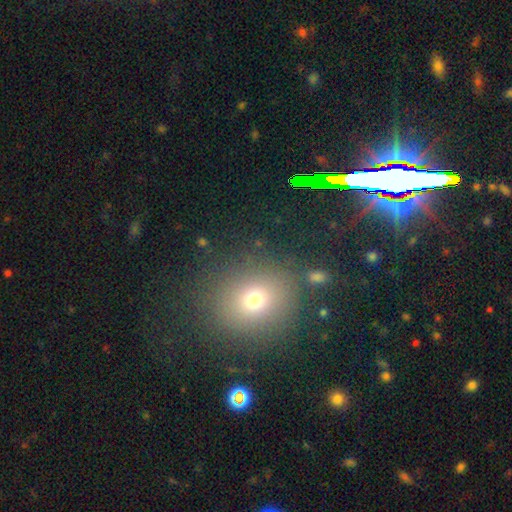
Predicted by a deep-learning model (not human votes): The model was most divided on "smooth or featured": smooth: 55%, star or artifact: 34%, featured or disk: 11%. More confident: merging — none (86%); how rounded — round (79%).